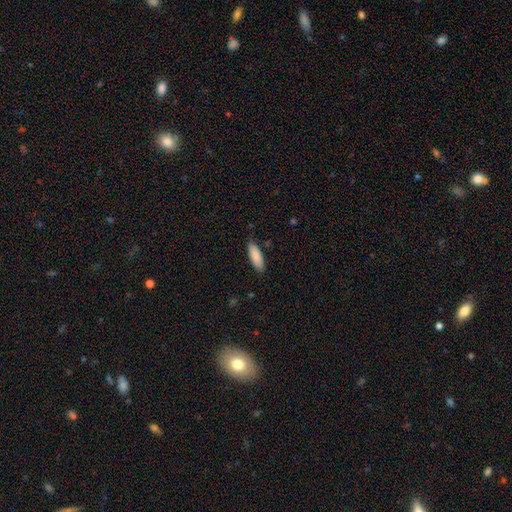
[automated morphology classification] Smooth or featured?
  - smooth: 87% *
  - featured or disk: 7%
  - star or artifact: 6%
How rounded?
  - in between: 64% *
  - cigar-shaped: 34%
  - round: 2%
Merging?
  - none: 83% *
  - minor disturbance: 13%
  - major disturbance: 2%
  - merger: 1%